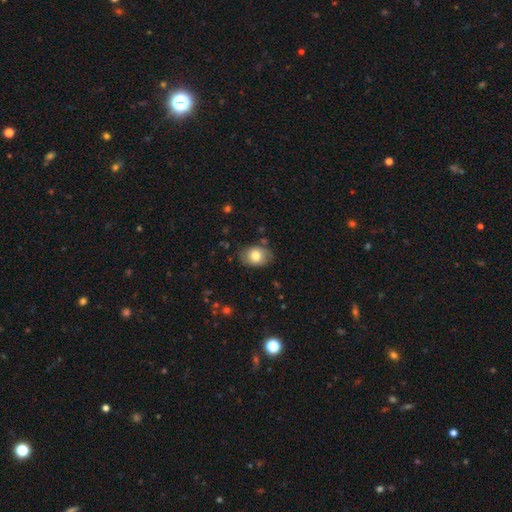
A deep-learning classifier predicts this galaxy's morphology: Smooth or featured?
  - smooth: 80% *
  - featured or disk: 12%
  - star or artifact: 8%
How rounded?
  - in between: 69% *
  - round: 30%
  - cigar-shaped: 1%
Merging?
  - none: 80% *
  - minor disturbance: 15%
  - major disturbance: 3%
  - merger: 2%